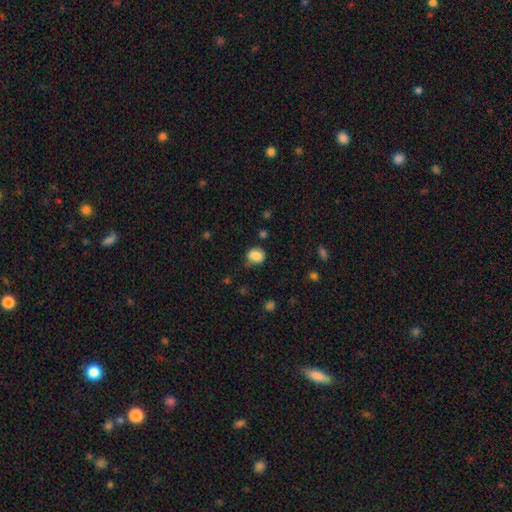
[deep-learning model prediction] This appears to be a smooth galaxy with no disk features (85%) that is round (58%). Merging: none (67%).